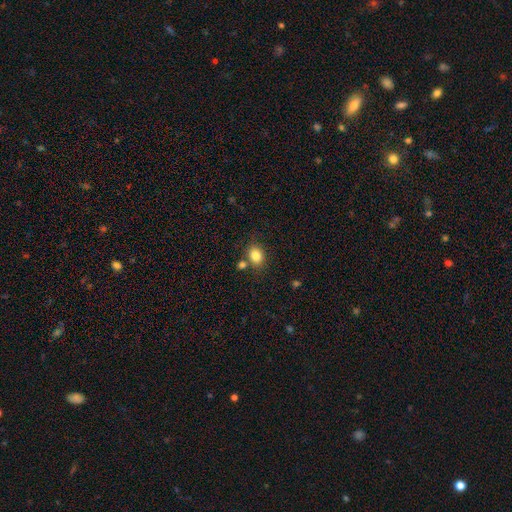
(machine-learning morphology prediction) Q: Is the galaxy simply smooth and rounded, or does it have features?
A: smooth — 83%.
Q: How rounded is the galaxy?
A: in between — 51%.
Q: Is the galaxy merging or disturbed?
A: none — 71%.